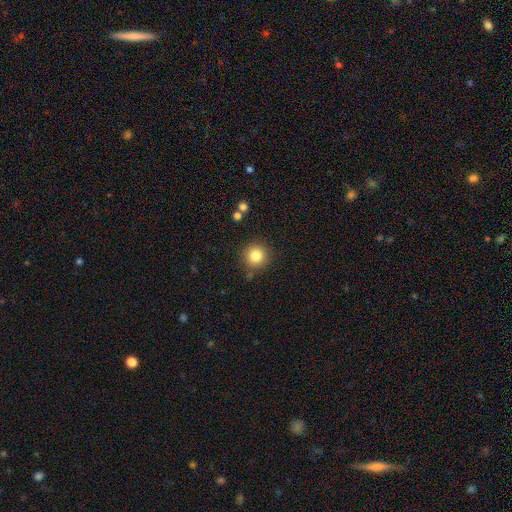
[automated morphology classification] Smooth or featured: smooth — 84% (star or artifact — 10%)
How rounded: round — 93% (in between — 6%)
Merging: none — 83% (minor disturbance — 10%)